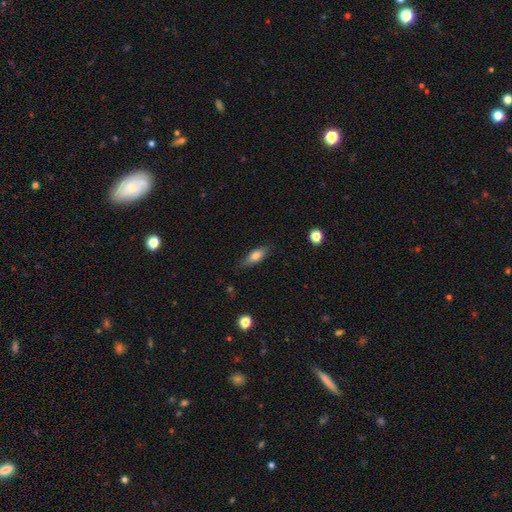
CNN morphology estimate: Overall: smooth (70%). How rounded: in between (63%; cigar-shaped 34%). Merging: none (80%).